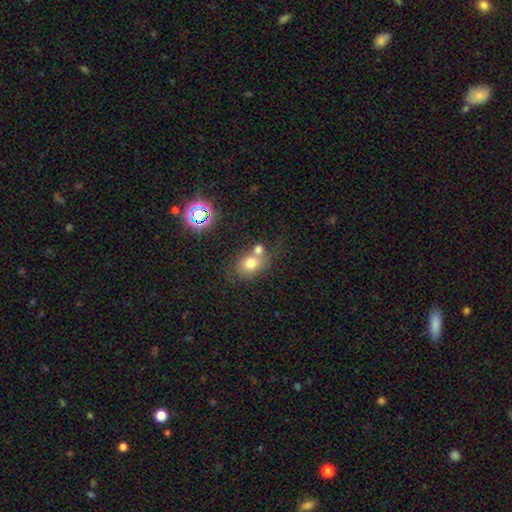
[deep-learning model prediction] Smooth or featured? smooth (69%)
How rounded? round (54%)
Merging? none (46%)